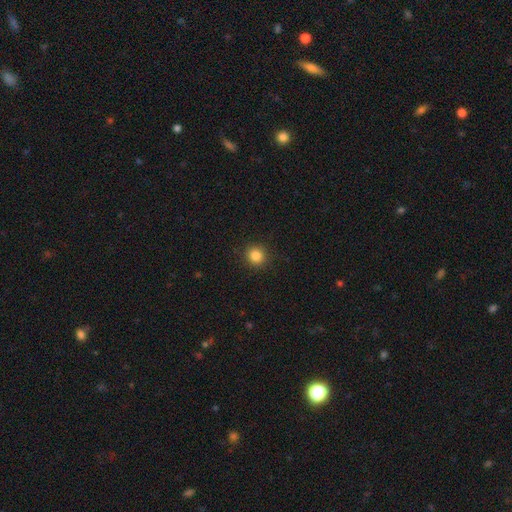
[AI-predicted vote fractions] Q: Smooth or featured?
A: smooth (85%); runner-up: star or artifact (11%)
Q: How rounded?
A: round (92%); runner-up: in between (7%)
Q: Merging?
A: none (91%); runner-up: minor disturbance (6%)